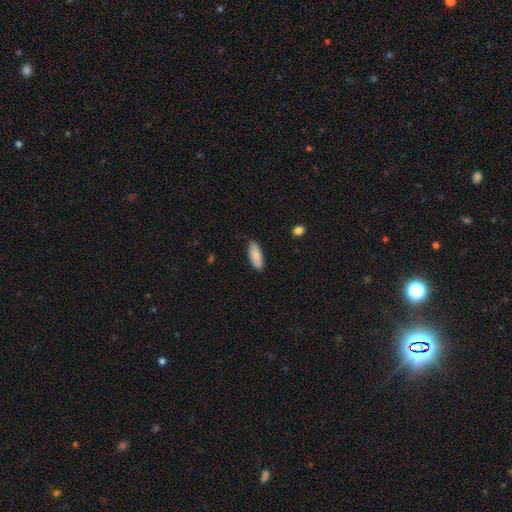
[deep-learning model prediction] smooth_or_featured: smooth (p=0.88) [alt: featured or disk p=0.06]
how_rounded: in between (p=0.80) [alt: cigar-shaped p=0.19]
merging: none (p=0.84) [alt: minor disturbance p=0.12]